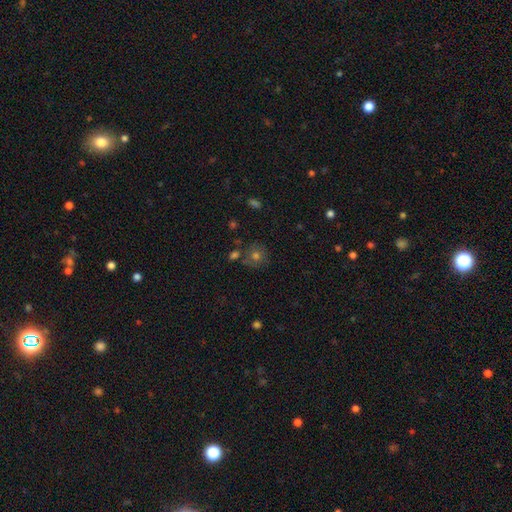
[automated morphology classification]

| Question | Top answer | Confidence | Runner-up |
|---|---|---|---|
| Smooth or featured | smooth | 58% | star or artifact (25%) |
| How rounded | round | 90% | in between (9%) |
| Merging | none | 73% | minor disturbance (12%) |